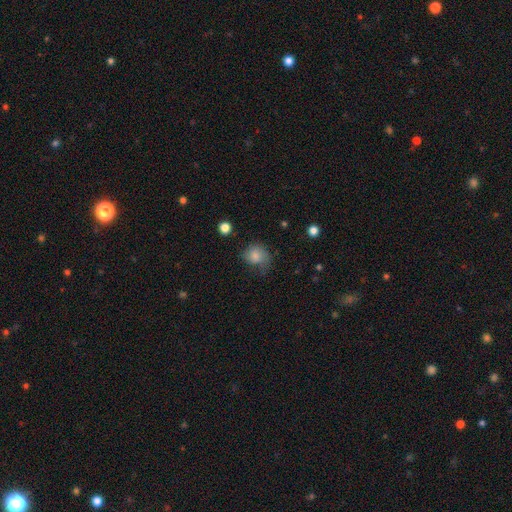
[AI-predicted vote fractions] smooth_or_featured: smooth (p=0.75) [alt: featured or disk p=0.16]
how_rounded: round (p=0.71) [alt: in between p=0.28]
merging: none (p=0.46) [alt: minor disturbance p=0.31]